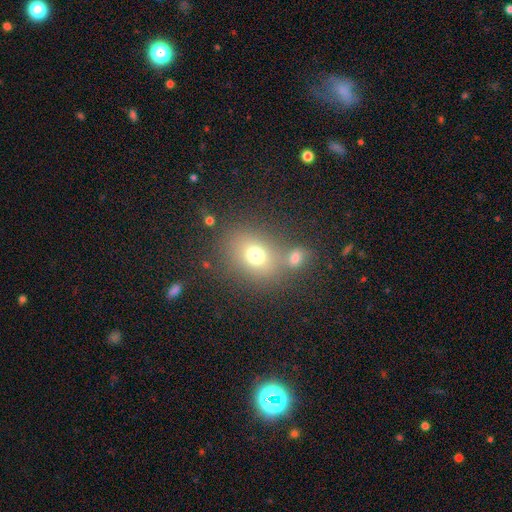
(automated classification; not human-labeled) Q: Smooth or featured?
A: smooth (70%); runner-up: star or artifact (15%)
Q: How rounded?
A: round (50%); runner-up: in between (49%)
Q: Merging?
A: none (61%); runner-up: merger (23%)